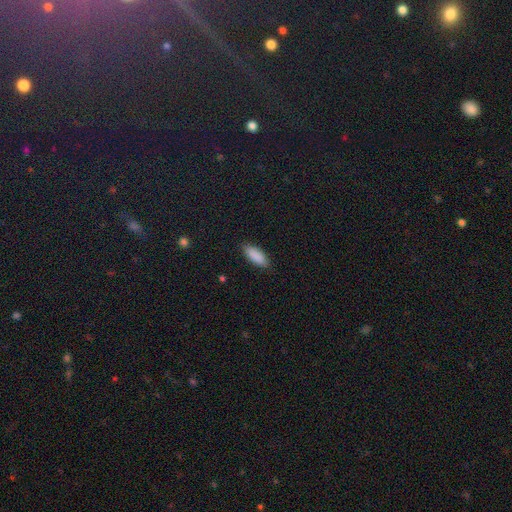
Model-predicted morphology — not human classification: type=smooth (90%); roundness=in between (76%); merging=none (88%).